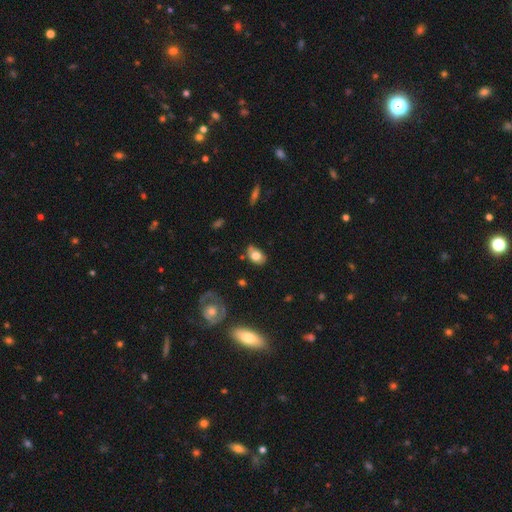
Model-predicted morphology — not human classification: A smooth galaxy with no disk features (72%) that is in between round and cigar-shaped (82%). Merging: none (62%).